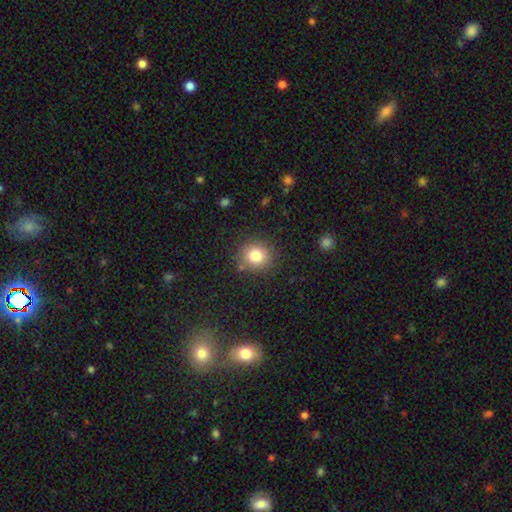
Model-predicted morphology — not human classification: Smooth or featured? smooth (81%)
How rounded? round (87%)
Merging? none (86%)